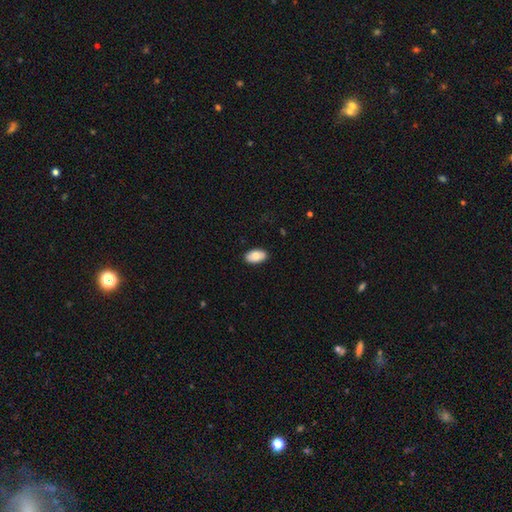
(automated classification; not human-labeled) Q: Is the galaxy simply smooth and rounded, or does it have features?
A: smooth — 79%.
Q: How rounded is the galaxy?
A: in between — 95%.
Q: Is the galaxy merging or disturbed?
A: none — 89%.